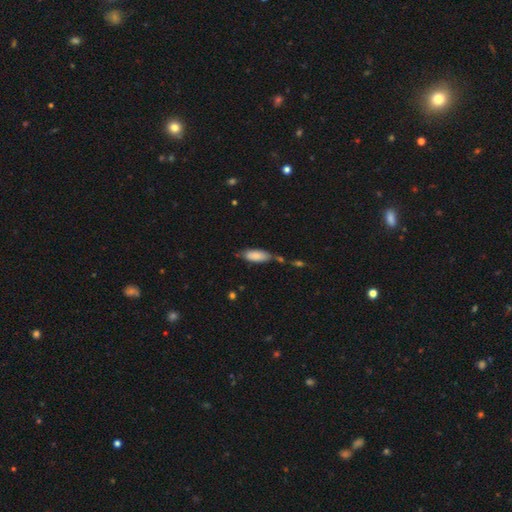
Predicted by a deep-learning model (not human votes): This appears to be a smooth galaxy with no disk features (85%) that is in between round and cigar-shaped (78%). Merging: none (58%).